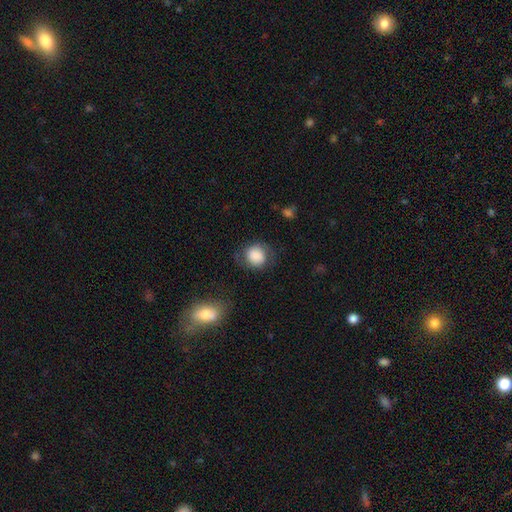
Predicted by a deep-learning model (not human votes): Smooth or featured: smooth — 79% (featured or disk — 13%)
How rounded: round — 81% (in between — 18%)
Merging: none — 67% (minor disturbance — 20%)